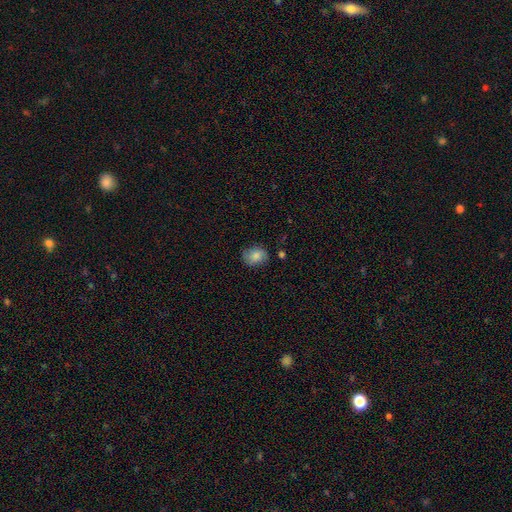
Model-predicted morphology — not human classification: This appears to be a smooth galaxy with no disk features (81%) that is in between round and cigar-shaped (56%). Merging: none (74%).